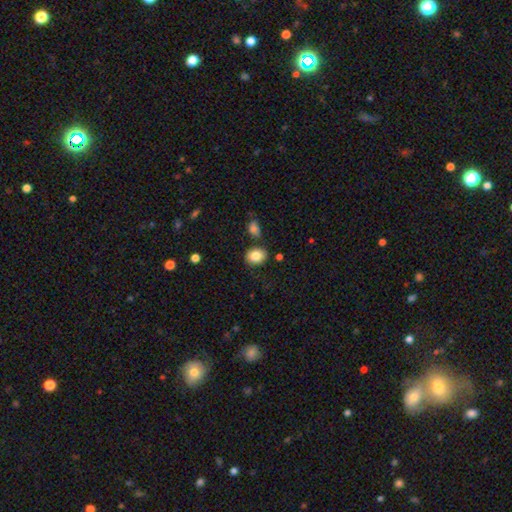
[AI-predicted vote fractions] smooth-or-featured: smooth: 83% | featured or disk: 9% | star or artifact: 8%
  how-rounded: in between: 54% | round: 45% | cigar-shaped: 1%
  merging: none: 78% | minor disturbance: 13% | merger: 6% | major disturbance: 3%